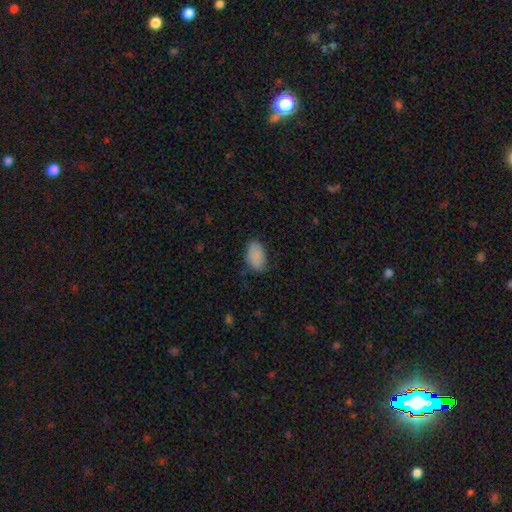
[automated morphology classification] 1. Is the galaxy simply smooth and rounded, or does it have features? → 87% smooth, 8% star or artifact, 5% featured or disk.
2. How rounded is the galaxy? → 93% in between, 6% round, 2% cigar-shaped.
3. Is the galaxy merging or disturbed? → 73% none, 21% minor disturbance, 5% major disturbance, 1% merger.